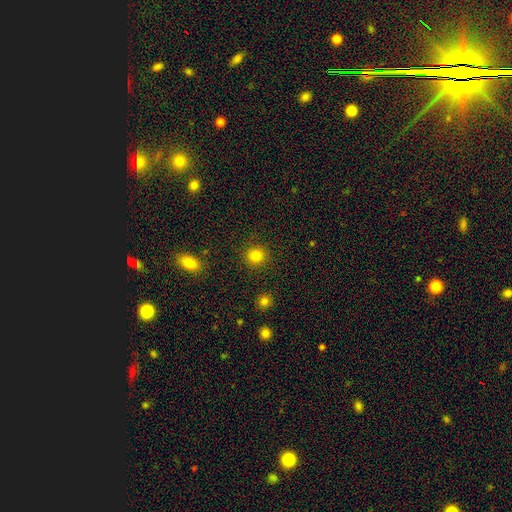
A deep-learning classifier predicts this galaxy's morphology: The model was most divided on "smooth or featured": smooth: 84%, star or artifact: 12%, featured or disk: 5%. More confident: how rounded — round (92%); merging — none (91%).